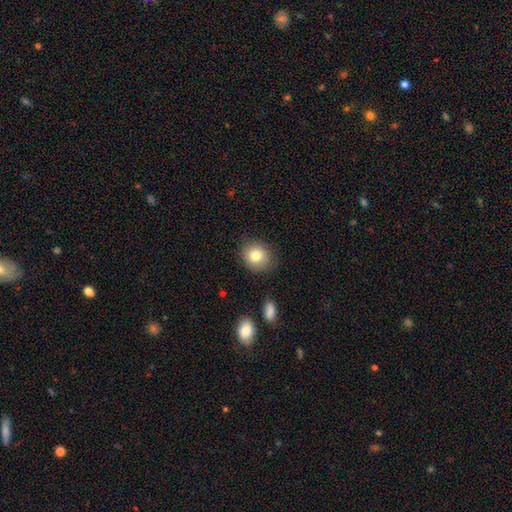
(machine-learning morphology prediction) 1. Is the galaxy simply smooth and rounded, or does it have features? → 81% smooth, 10% featured or disk, 9% star or artifact.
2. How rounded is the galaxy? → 76% round, 23% in between, 1% cigar-shaped.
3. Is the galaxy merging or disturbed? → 83% none, 12% minor disturbance, 3% major disturbance, 2% merger.